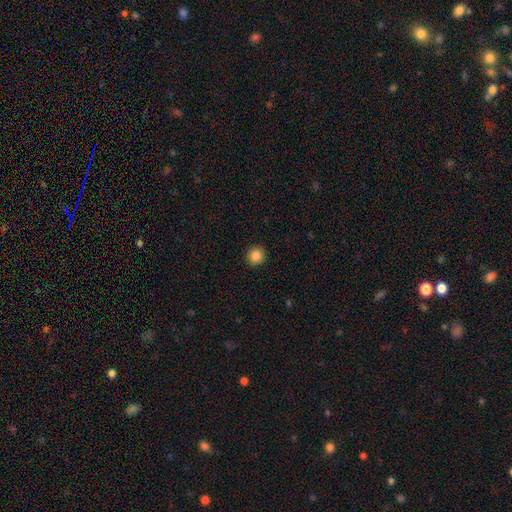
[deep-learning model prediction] smooth_or_featured: smooth (p=0.85) [alt: star or artifact p=0.10]
how_rounded: round (p=0.93) [alt: in between p=0.06]
merging: none (p=0.93) [alt: minor disturbance p=0.05]